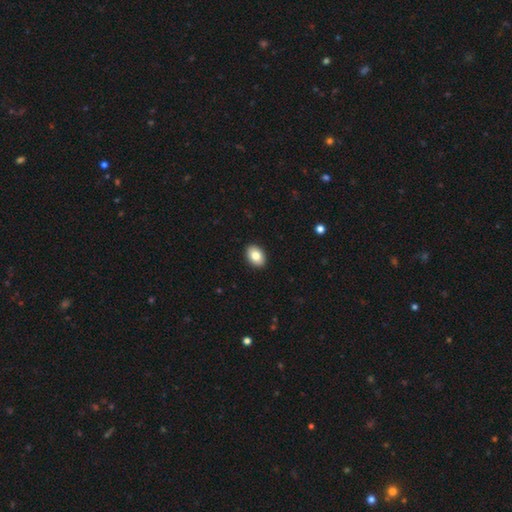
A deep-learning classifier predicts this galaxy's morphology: The model was most divided on "how rounded": in between: 84%, round: 15%, cigar-shaped: 1%. More confident: merging — none (92%); smooth or featured — smooth (83%).